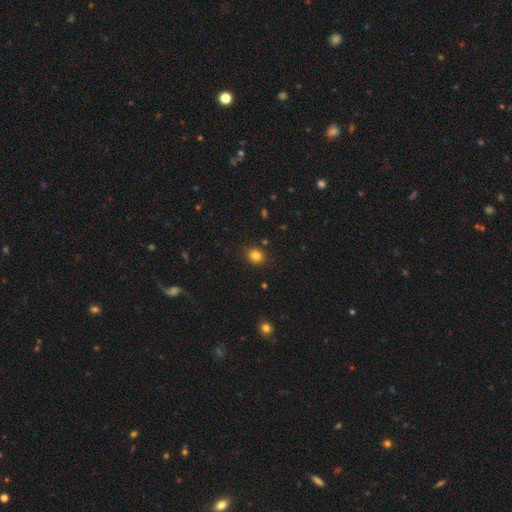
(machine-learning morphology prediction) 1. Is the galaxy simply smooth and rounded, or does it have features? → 82% smooth, 12% star or artifact, 6% featured or disk.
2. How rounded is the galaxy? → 72% round, 27% in between, 1% cigar-shaped.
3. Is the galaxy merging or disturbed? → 88% none, 8% minor disturbance, 2% major disturbance, 2% merger.